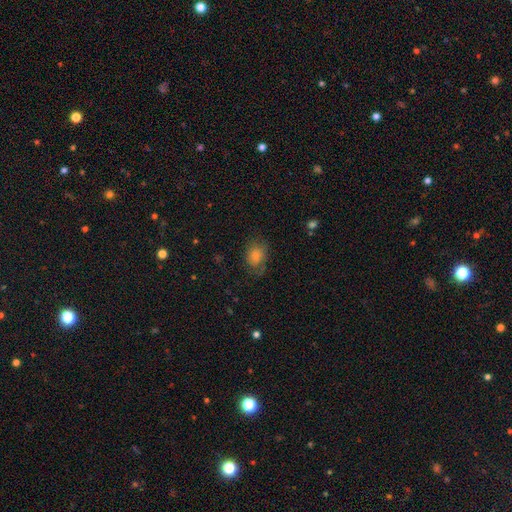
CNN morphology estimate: Smooth or featured: smooth — 71% (featured or disk — 20%)
How rounded: in between — 57% (round — 42%)
Merging: none — 57% (minor disturbance — 25%)